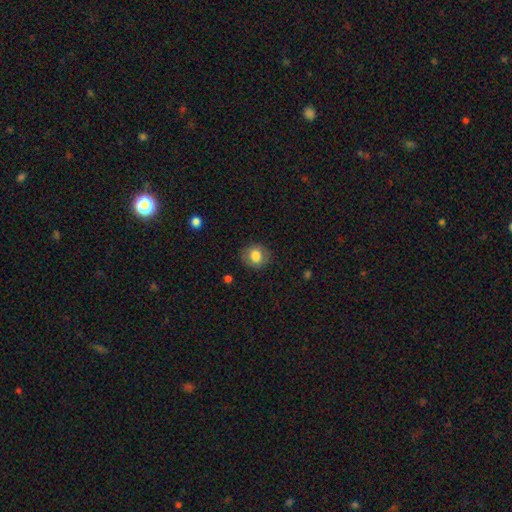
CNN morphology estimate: The model was most divided on "how rounded": round: 70%, in between: 29%, cigar-shaped: 1%. More confident: merging — none (83%); smooth or featured — smooth (78%).